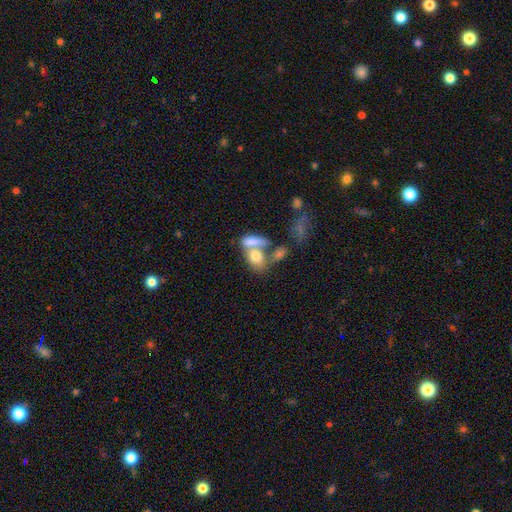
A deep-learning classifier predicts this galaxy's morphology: The model was most divided on "merging": merger: 54%, none: 28%, minor disturbance: 10%, major disturbance: 8%. More confident: how rounded — in between (75%); smooth or featured — smooth (73%).